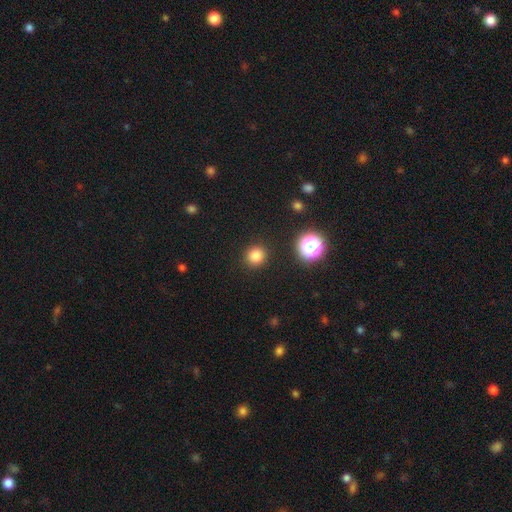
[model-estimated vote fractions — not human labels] The model was most divided on "smooth or featured": smooth: 81%, star or artifact: 14%, featured or disk: 4%. More confident: merging — none (91%); how rounded — round (90%).